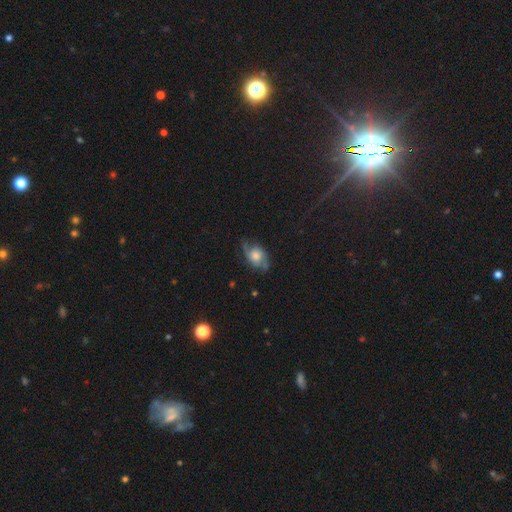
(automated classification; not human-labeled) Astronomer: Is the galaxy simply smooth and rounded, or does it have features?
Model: featured or disk — 64%.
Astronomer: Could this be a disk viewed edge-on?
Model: no — 94%.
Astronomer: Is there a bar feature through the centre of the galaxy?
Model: no — 74%.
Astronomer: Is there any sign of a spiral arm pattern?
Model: yes — 89%.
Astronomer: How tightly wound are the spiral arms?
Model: loose — 44% (runner-up: medium, 40%).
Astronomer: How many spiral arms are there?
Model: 2 — 82%.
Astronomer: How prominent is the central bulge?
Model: large — 38% (runner-up: moderate, 36%).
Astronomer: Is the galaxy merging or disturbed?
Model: none — 63%.